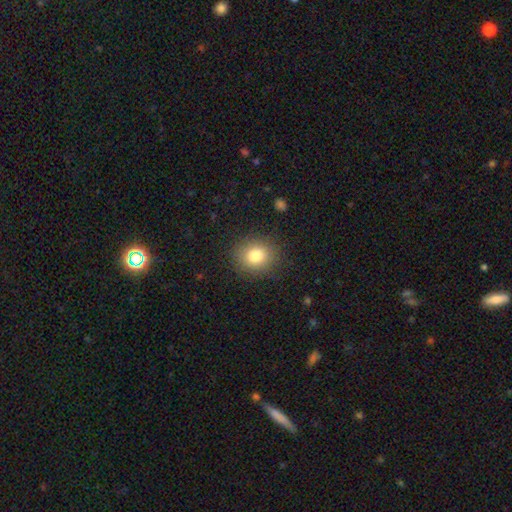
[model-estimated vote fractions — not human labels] smooth_or_featured: smooth (p=0.81) [alt: star or artifact p=0.11]
how_rounded: round (p=0.74) [alt: in between p=0.25]
merging: none (p=0.87) [alt: minor disturbance p=0.09]